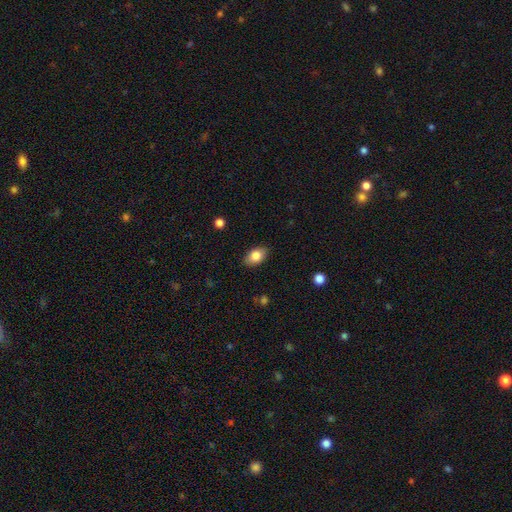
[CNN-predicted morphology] Smooth or featured? Predicted: smooth (p=0.83). How rounded? Predicted: in between (p=0.89). Merging? Predicted: none (p=0.86).